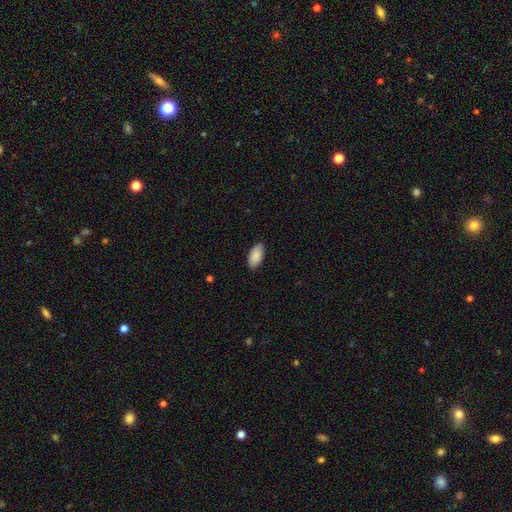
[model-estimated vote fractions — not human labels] smooth-or-featured: smooth: 88% | star or artifact: 6% | featured or disk: 6%
  how-rounded: in between: 95% | cigar-shaped: 3% | round: 2%
  merging: none: 87% | minor disturbance: 10% | major disturbance: 2% | merger: 1%